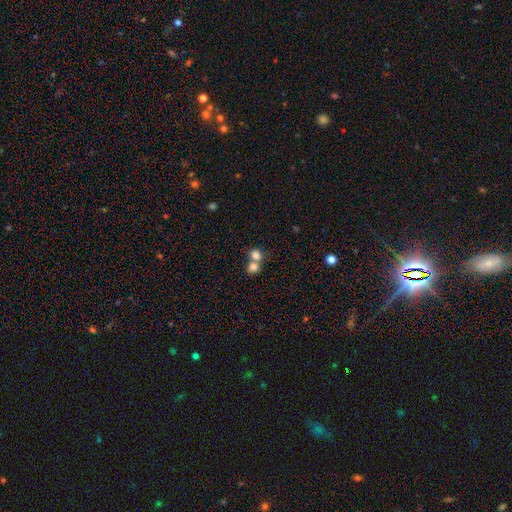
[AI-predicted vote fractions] Smooth or featured?
  - smooth: 79% *
  - star or artifact: 11%
  - featured or disk: 10%
How rounded?
  - round: 68% *
  - in between: 30%
  - cigar-shaped: 1%
Merging?
  - merger: 60% *
  - none: 32%
  - minor disturbance: 5%
  - major disturbance: 3%